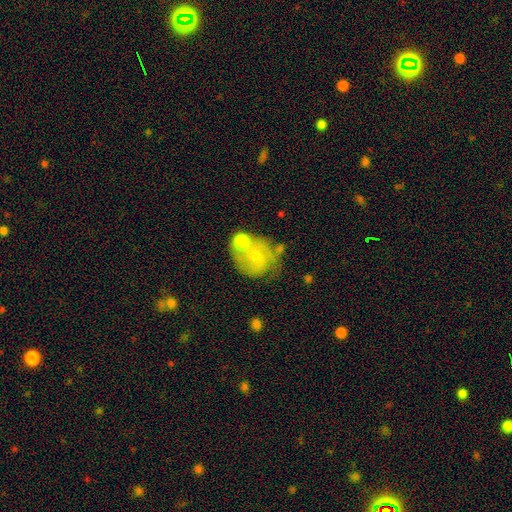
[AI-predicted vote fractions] Smooth or featured?
  - featured or disk: 48% *
  - smooth: 43%
  - star or artifact: 8%
Merging?
  - none: 43% *
  - merger: 25%
  - minor disturbance: 21%
  - major disturbance: 12%